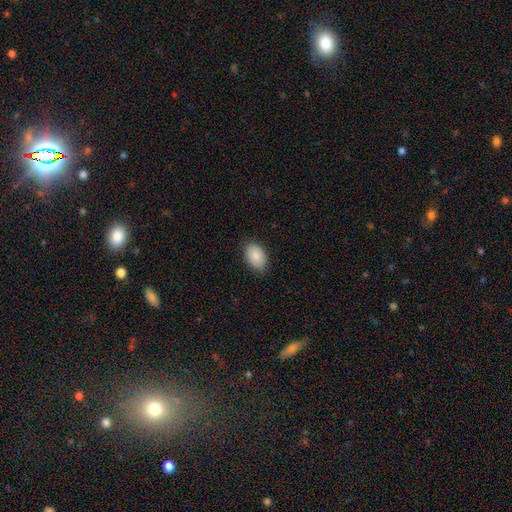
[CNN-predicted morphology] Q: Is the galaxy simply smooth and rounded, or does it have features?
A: smooth — 86%.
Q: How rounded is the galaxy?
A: in between — 89%.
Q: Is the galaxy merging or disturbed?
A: none — 85%.